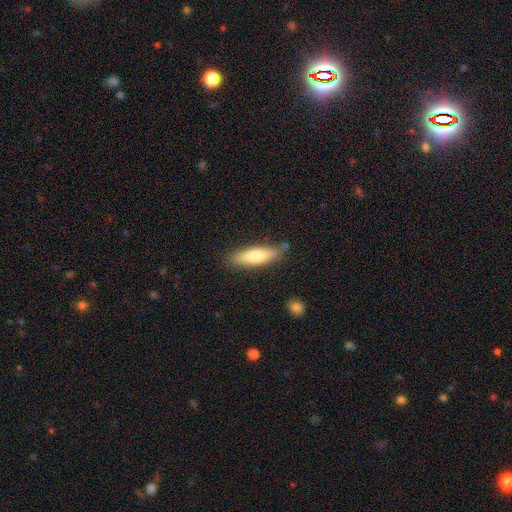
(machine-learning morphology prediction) The model was most divided on "how rounded": cigar-shaped: 59%, in between: 39%, round: 2%. More confident: merging — none (79%); smooth or featured — smooth (68%).